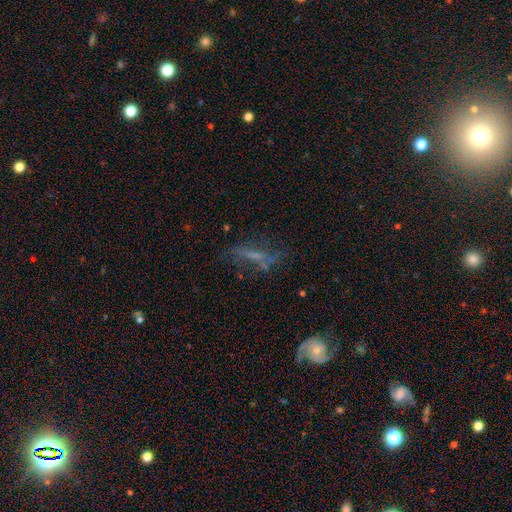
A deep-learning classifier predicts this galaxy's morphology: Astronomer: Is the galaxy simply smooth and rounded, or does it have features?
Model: featured or disk — 49% (runner-up: smooth, 34%).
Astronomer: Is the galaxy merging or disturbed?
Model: none — 50%.